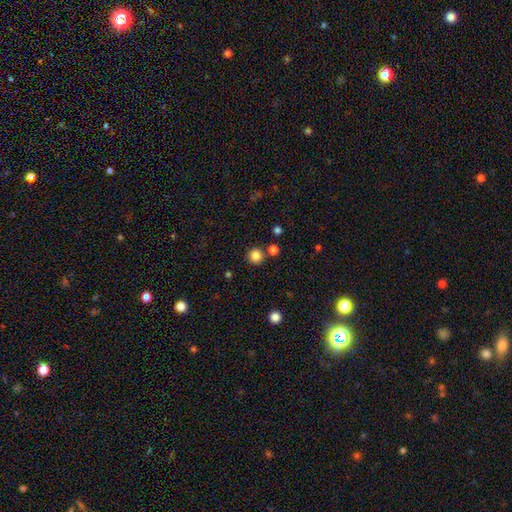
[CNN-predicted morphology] smooth-or-featured: smooth: 84% | star or artifact: 12% | featured or disk: 4%
  how-rounded: round: 95% | in between: 4% | cigar-shaped: 1%
  merging: none: 84% | merger: 8% | minor disturbance: 6% | major disturbance: 2%